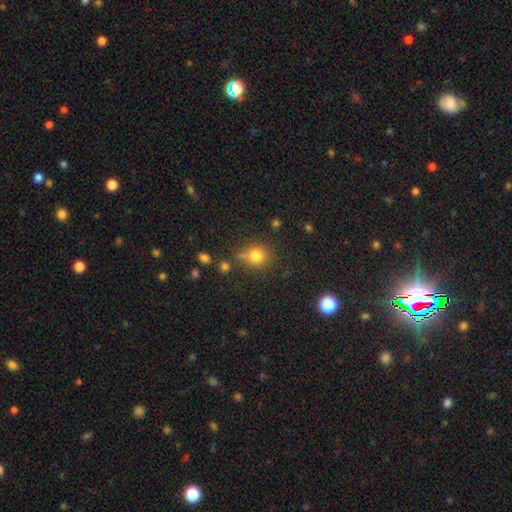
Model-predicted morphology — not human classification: Smooth or featured?
  - smooth: 78% *
  - star or artifact: 14%
  - featured or disk: 8%
How rounded?
  - round: 81% *
  - in between: 17%
  - cigar-shaped: 1%
Merging?
  - none: 61% *
  - minor disturbance: 19%
  - merger: 13%
  - major disturbance: 7%